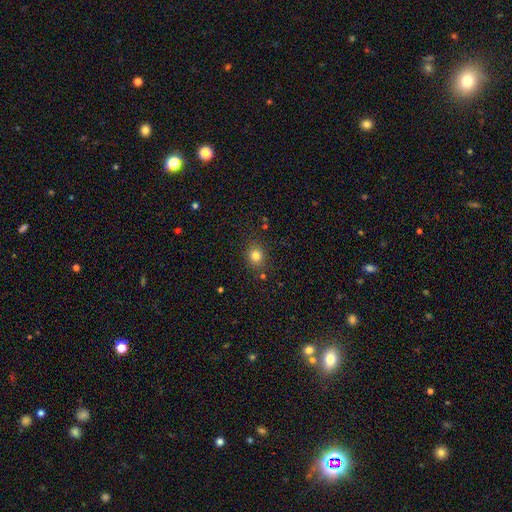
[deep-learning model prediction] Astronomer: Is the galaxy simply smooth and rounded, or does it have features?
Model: smooth — 80%.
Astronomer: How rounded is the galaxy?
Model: round — 78%.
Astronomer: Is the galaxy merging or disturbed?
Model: none — 85%.